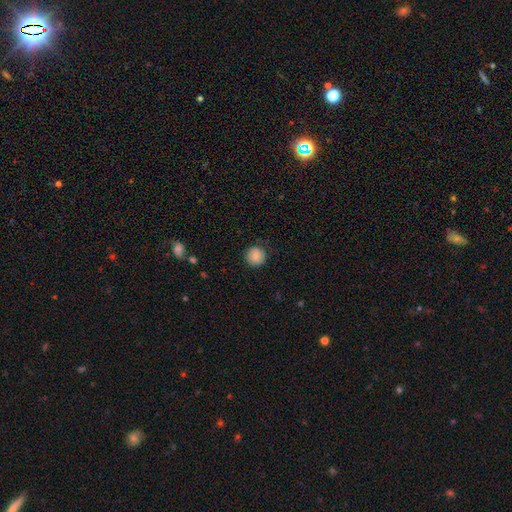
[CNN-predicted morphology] smooth-or-featured: smooth: 84% | star or artifact: 8% | featured or disk: 8%
  how-rounded: round: 91% | in between: 8% | cigar-shaped: 1%
  merging: none: 82% | minor disturbance: 13% | major disturbance: 4% | merger: 1%